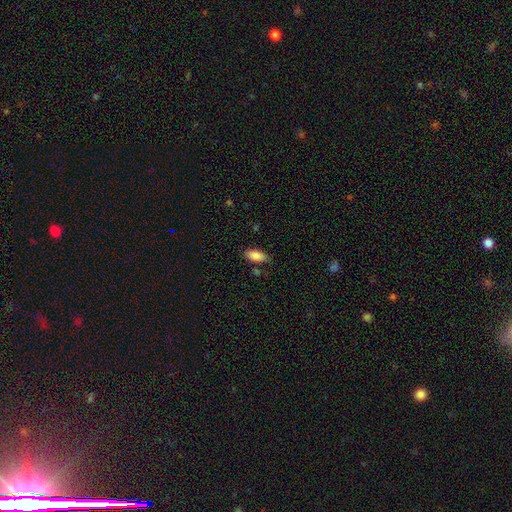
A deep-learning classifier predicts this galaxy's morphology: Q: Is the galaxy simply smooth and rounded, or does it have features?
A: smooth — 87%.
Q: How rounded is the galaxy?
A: in between — 88%.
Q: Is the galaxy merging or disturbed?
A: none — 77%.